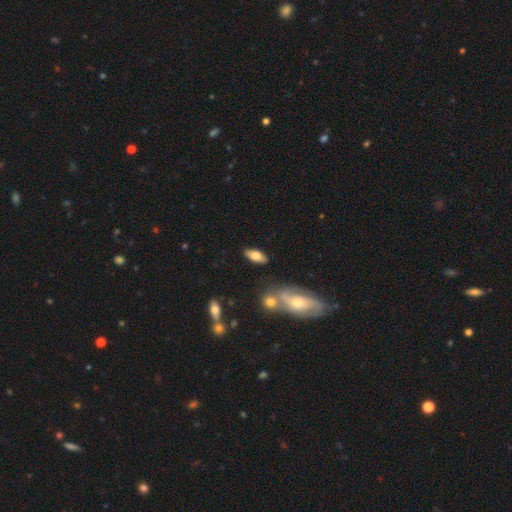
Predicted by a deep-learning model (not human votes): Morphology: type=smooth (70%); roundness=in between (83%); merging=none (80%).